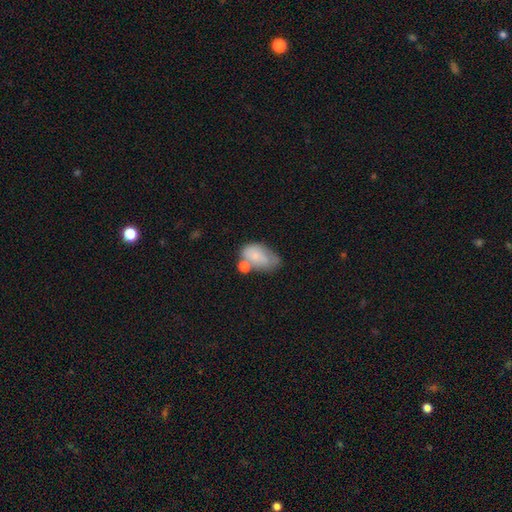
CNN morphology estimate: This appears to be a smooth galaxy with no disk features (71%) that is in between round and cigar-shaped (90%). Merging: none (32%).